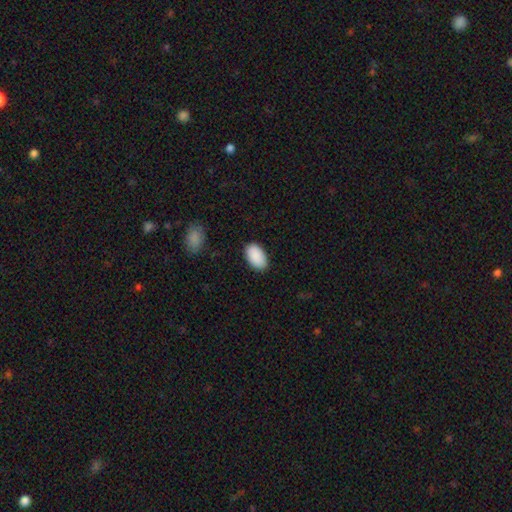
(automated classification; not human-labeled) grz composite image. It shows a smooth galaxy with no disk features (91%) that is in between round and cigar-shaped (94%). Merging: none (87%).